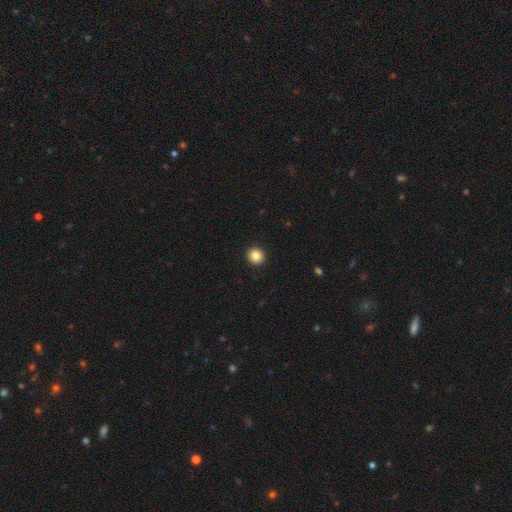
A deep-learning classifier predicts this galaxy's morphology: This is clearly a smooth galaxy (85%). How rounded: clearly round (94%). Merging: clearly none (94%).